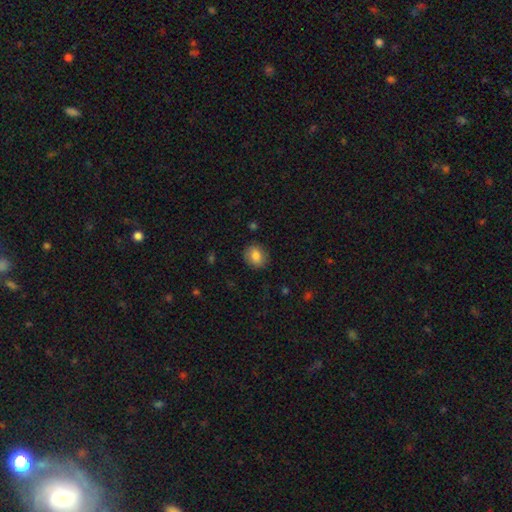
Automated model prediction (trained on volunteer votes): A smooth galaxy with no disk features (83%) that is round (57%). Merging: none (86%).